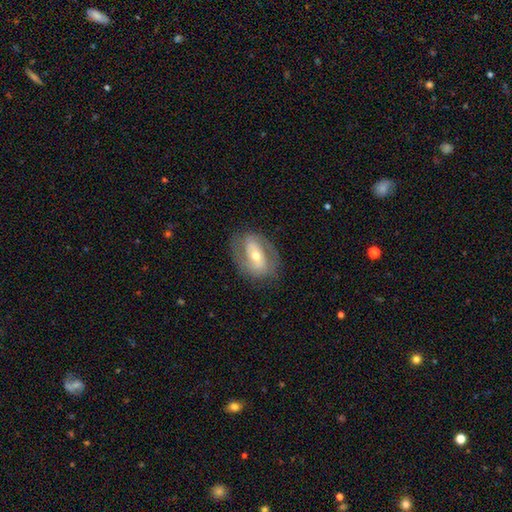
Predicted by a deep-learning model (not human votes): A featured or disk galaxy (72%) with a strong bar (36%), spiral arms (74%) and a moderate central bulge (58%).

Vote fractions:
- Smooth or featured? featured or disk: 72% / smooth: 22% / star or artifact: 6%
- Edge-on disk? no: 94% / yes: 6%
- Bar? strong: 36% / weak: 33% / no: 32%
- Spiral arms? yes: 74% / no: 26%
- Bulge size? moderate: 58% / small: 36% / large: 4% / none: 1% / dominant: 1%
- Merging? none: 76% / minor disturbance: 15% / major disturbance: 8% / merger: 1%